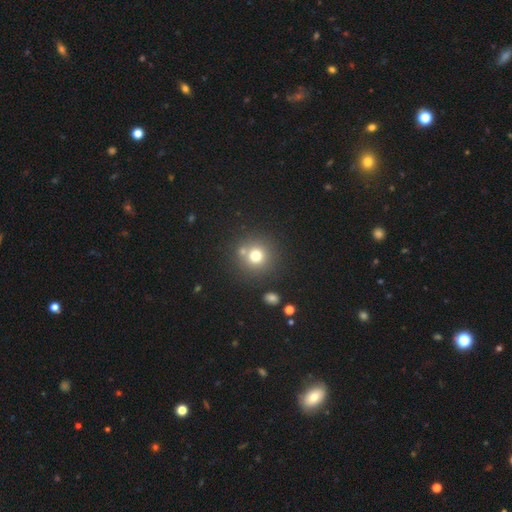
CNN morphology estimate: Smooth or featured? smooth (72%)
How rounded? round (93%)
Merging? none (73%)